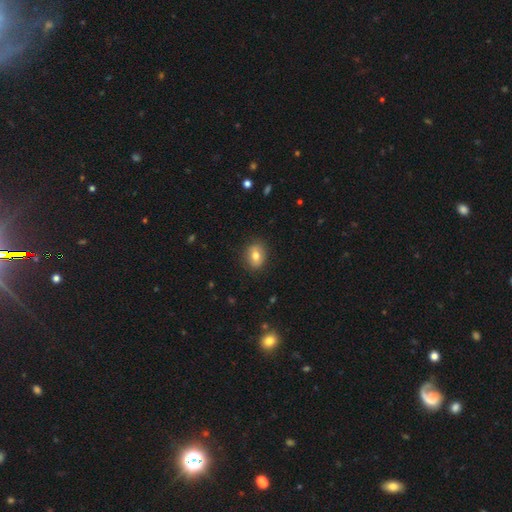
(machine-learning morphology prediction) smooth-or-featured: smooth: 75% | featured or disk: 16% | star or artifact: 9%
  how-rounded: in between: 59% | round: 40% | cigar-shaped: 1%
  merging: none: 85% | minor disturbance: 11% | major disturbance: 3% | merger: 1%